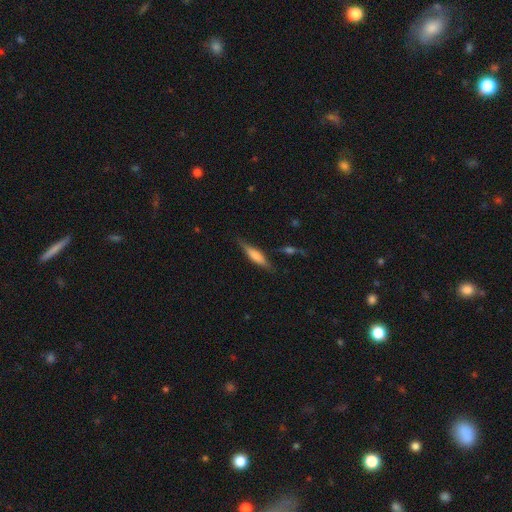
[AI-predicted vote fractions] The model was most divided on "smooth or featured": smooth: 56%, featured or disk: 37%, star or artifact: 7%. More confident: merging — none (76%); how rounded — cigar-shaped (74%).